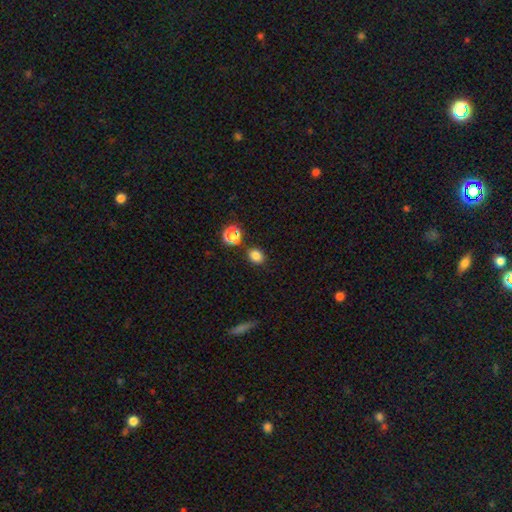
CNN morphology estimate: The model was most divided on "how rounded": round: 60%, in between: 39%, cigar-shaped: 1%. More confident: merging — none (82%); smooth or featured — smooth (81%).